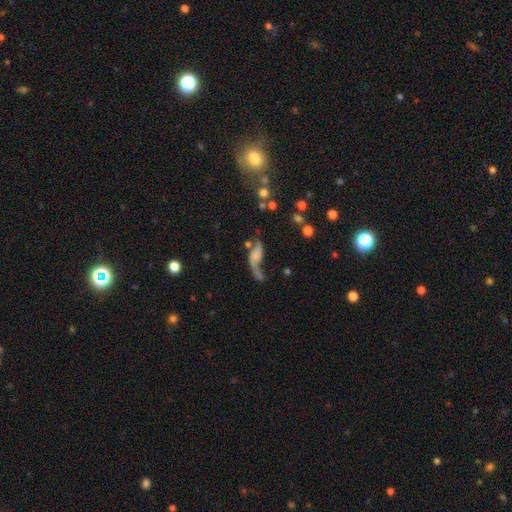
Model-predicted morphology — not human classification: smooth-or-featured: featured or disk: 63% | smooth: 27% | star or artifact: 10%
  disk-edge-on: no: 91% | yes: 9%
    bar: no: 67% | weak: 25% | strong: 8%
    has-spiral-arms: yes: 81% | no: 19%
    bulge-size: none: 53% | small: 25% | moderate: 13% | large: 7% | dominant: 3%
  merging: major disturbance: 36% | none: 30% | minor disturbance: 19% | merger: 15%